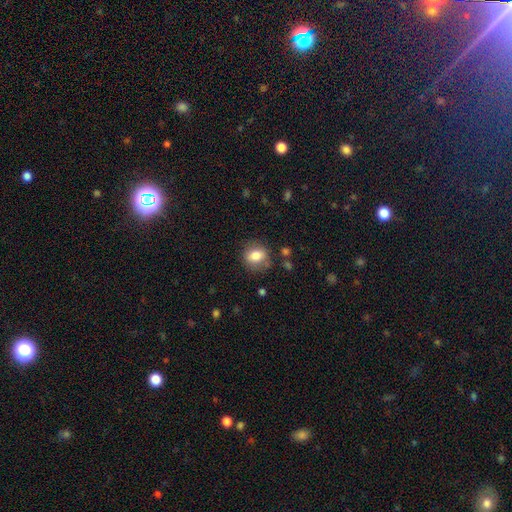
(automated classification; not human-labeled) Smooth or featured?
  - smooth: 80% *
  - featured or disk: 11%
  - star or artifact: 9%
How rounded?
  - round: 53% *
  - in between: 45%
  - cigar-shaped: 1%
Merging?
  - none: 78% *
  - minor disturbance: 15%
  - major disturbance: 5%
  - merger: 2%